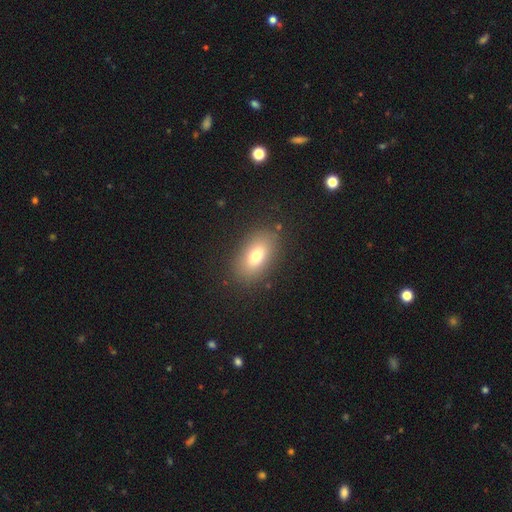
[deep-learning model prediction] Smooth or featured?
  - smooth: 74% *
  - featured or disk: 16%
  - star or artifact: 10%
How rounded?
  - in between: 86% *
  - round: 10%
  - cigar-shaped: 4%
Merging?
  - none: 85% *
  - minor disturbance: 10%
  - major disturbance: 4%
  - merger: 2%